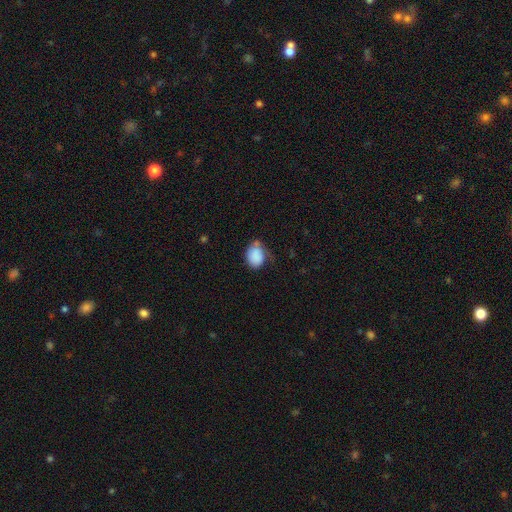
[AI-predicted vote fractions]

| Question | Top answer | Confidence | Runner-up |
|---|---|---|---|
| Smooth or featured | smooth | 83% | featured or disk (9%) |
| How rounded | in between | 59% | round (40%) |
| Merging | none | 40% | minor disturbance (38%) |